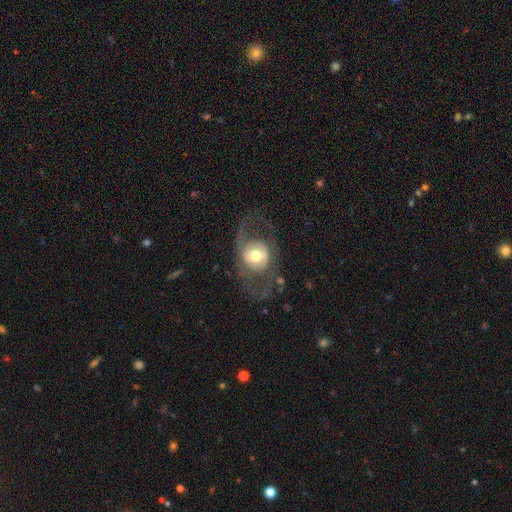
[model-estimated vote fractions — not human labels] This is possibly a featured or disk galaxy (59%). It is clearly not viewed edge-on (94%). Bar: likely no (65%). Spiral arm pattern: possibly no (50%, tied with yes). Central bulge: likely moderate (64%). Merging: possibly none (55%).